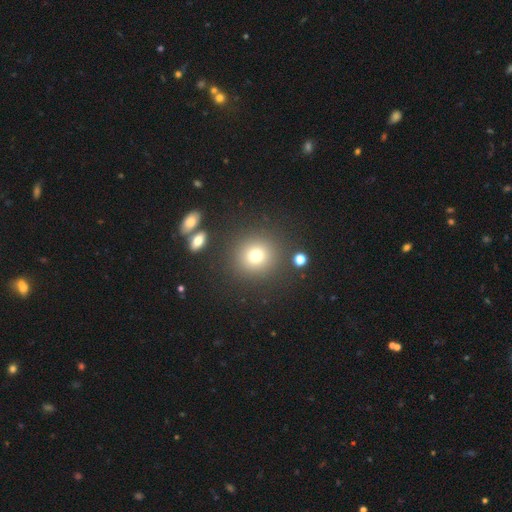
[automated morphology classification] This appears to be a smooth galaxy with no disk features (75%) that is round (91%). Merging: none (86%).